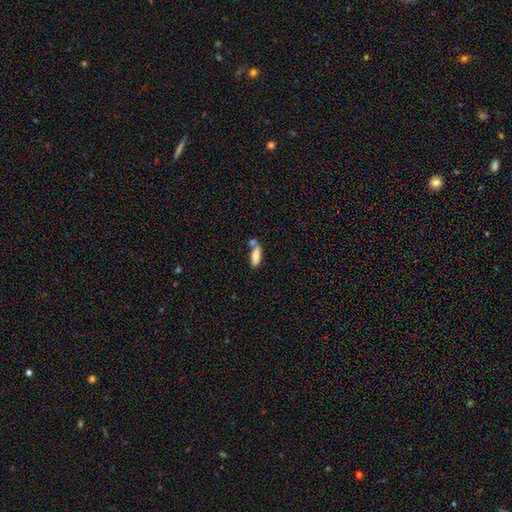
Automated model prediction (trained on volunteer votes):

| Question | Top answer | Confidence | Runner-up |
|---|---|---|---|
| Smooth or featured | smooth | 80% | featured or disk (13%) |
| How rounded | in between | 63% | cigar-shaped (34%) |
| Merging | none | 51% | merger (31%) |